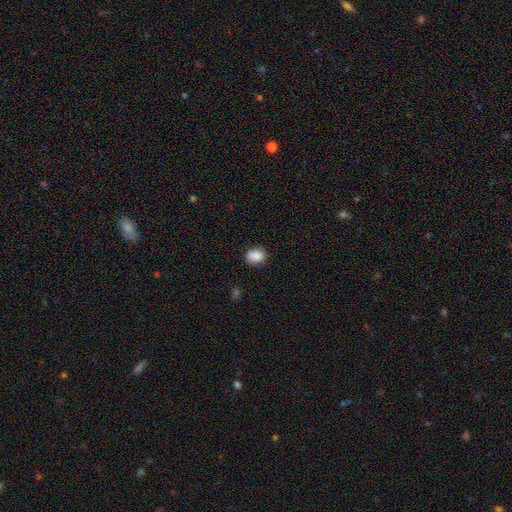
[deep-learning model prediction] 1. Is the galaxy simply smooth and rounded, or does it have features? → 86% smooth, 8% star or artifact, 6% featured or disk.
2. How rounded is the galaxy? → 50% in between, 49% round, 1% cigar-shaped.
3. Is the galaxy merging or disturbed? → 81% none, 14% minor disturbance, 3% major disturbance, 1% merger.